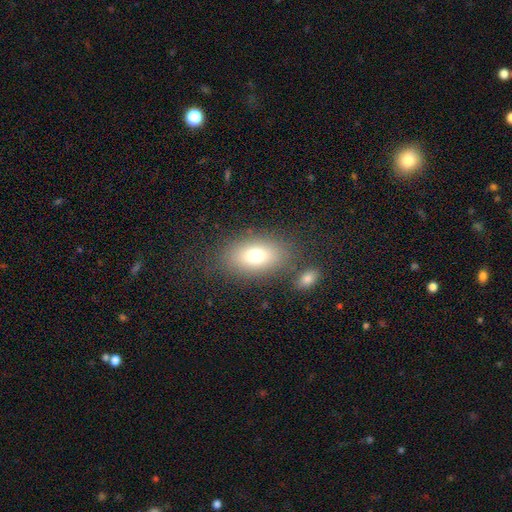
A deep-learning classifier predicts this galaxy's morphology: Q: Smooth or featured?
A: smooth (74%); runner-up: featured or disk (15%)
Q: How rounded?
A: in between (84%); runner-up: round (14%)
Q: Merging?
A: none (76%); runner-up: minor disturbance (12%)